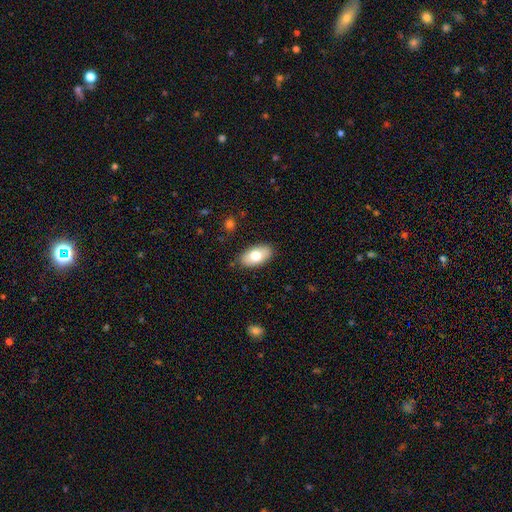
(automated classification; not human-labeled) Smooth or featured?
  - smooth: 75% *
  - featured or disk: 19%
  - star or artifact: 6%
How rounded?
  - in between: 93% *
  - round: 4%
  - cigar-shaped: 3%
Merging?
  - none: 86% *
  - minor disturbance: 10%
  - major disturbance: 2%
  - merger: 1%